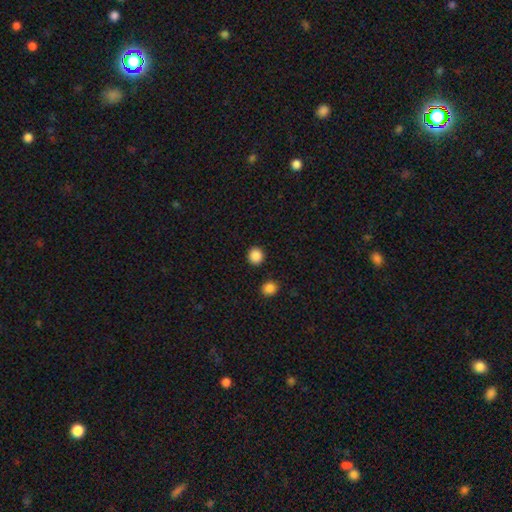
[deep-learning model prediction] Smooth or featured: smooth — 88% (star or artifact — 10%)
How rounded: round — 93% (in between — 6%)
Merging: none — 91% (minor disturbance — 5%)